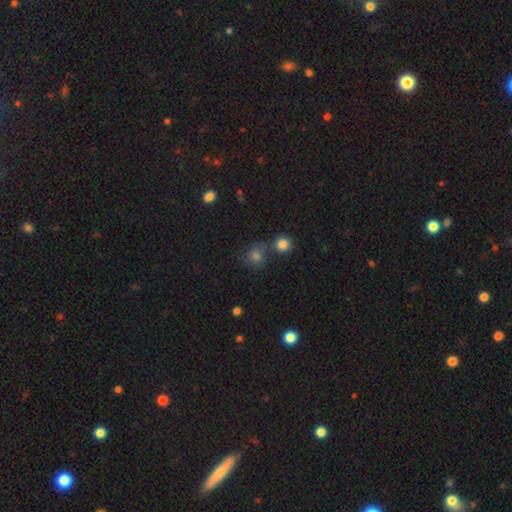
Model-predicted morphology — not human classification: Smooth or featured? smooth (67%)
How rounded? round (78%)
Merging? none (55%)